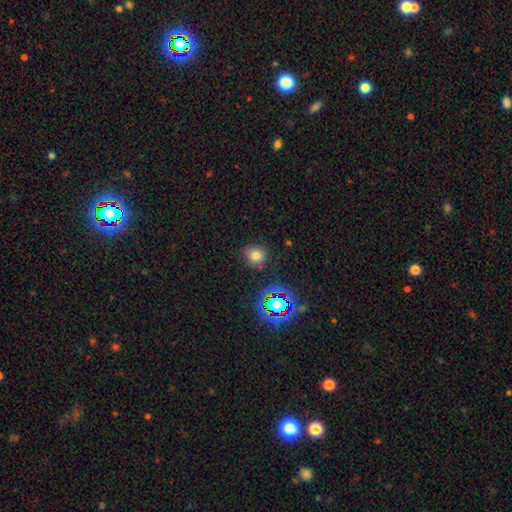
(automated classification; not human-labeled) The model was most divided on "smooth or featured": smooth: 72%, star or artifact: 20%, featured or disk: 8%. More confident: how rounded — round (87%); merging — none (80%).